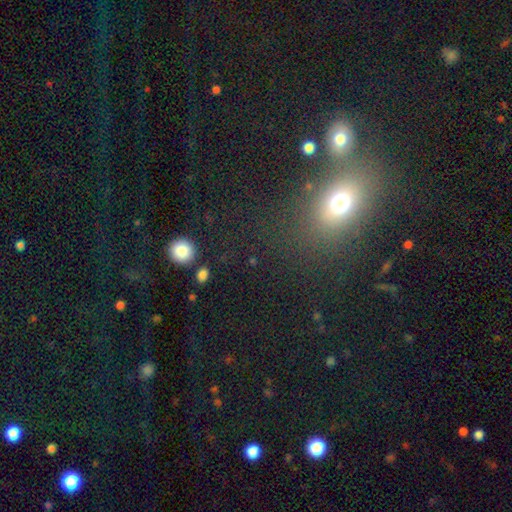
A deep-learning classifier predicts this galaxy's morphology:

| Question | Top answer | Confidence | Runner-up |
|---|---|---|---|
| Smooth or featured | smooth | 61% | star or artifact (29%) |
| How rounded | in between | 63% | round (33%) |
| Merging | none | 70% | merger (12%) |